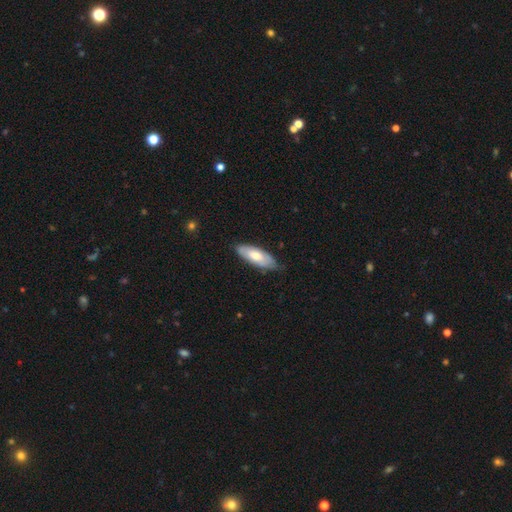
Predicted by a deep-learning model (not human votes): Smooth or featured? Predicted: smooth (p=0.64). How rounded? Predicted: in between (p=0.75). Merging? Predicted: none (p=0.76).